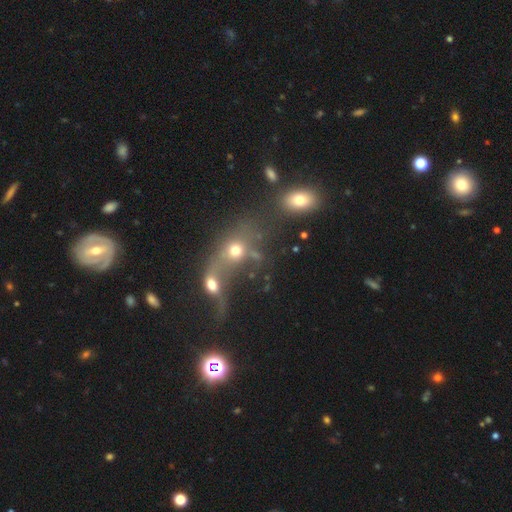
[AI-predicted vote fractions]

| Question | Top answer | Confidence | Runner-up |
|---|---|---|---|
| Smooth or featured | smooth | 44% | star or artifact (35%) |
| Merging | merger | 39% | none (38%) |